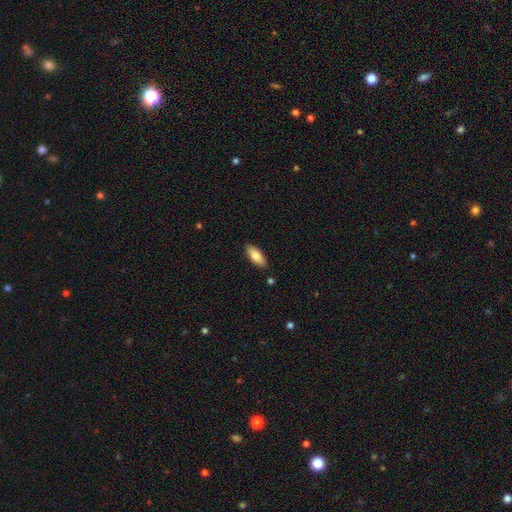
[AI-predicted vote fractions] This is likely a smooth galaxy (80%). How rounded: likely in between (78%). Merging: clearly none (87%).